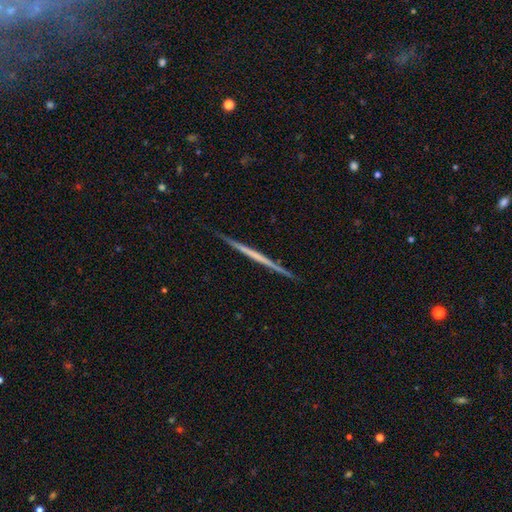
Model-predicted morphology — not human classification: Smooth or featured? featured or disk (65%)
Edge-on disk? yes (98%)
Edge-on bulge? none (90%)
Merging? none (91%)